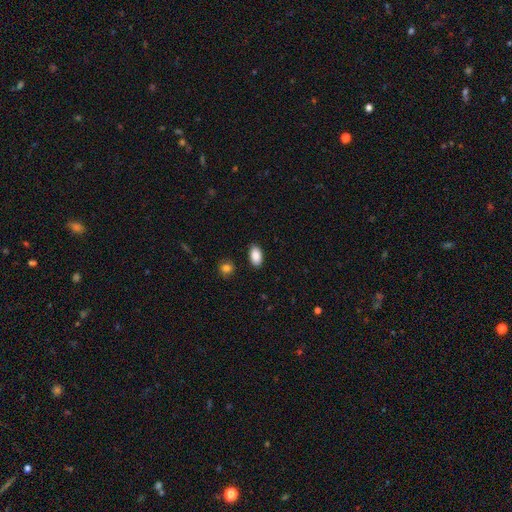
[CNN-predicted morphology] smooth-or-featured: smooth: 88% | star or artifact: 7% | featured or disk: 4%
  how-rounded: in between: 93% | round: 5% | cigar-shaped: 2%
  merging: none: 88% | minor disturbance: 9% | major disturbance: 2% | merger: 2%